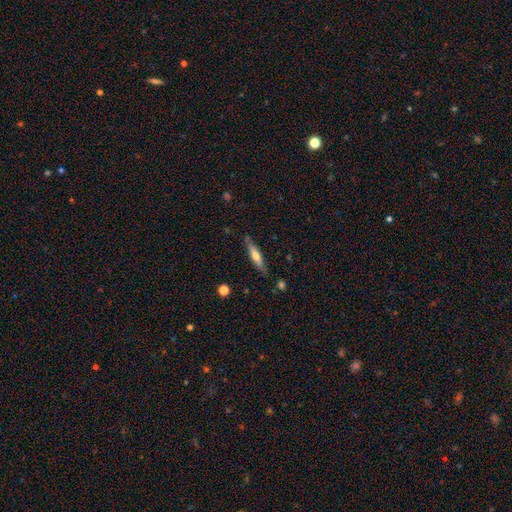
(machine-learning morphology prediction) Smooth or featured? smooth (55%)
How rounded? cigar-shaped (81%)
Merging? none (82%)